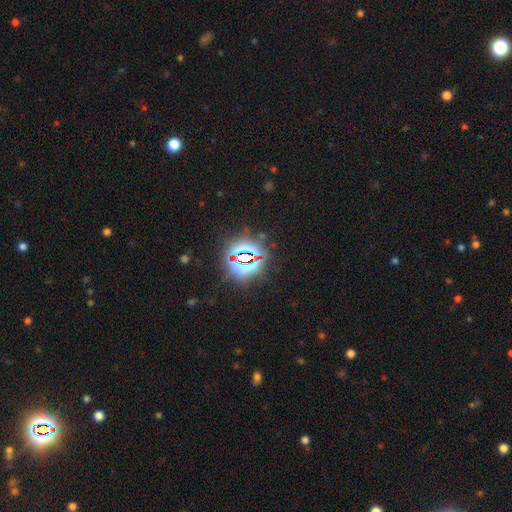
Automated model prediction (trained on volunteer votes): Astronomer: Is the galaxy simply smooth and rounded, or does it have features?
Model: star or artifact — 84%.